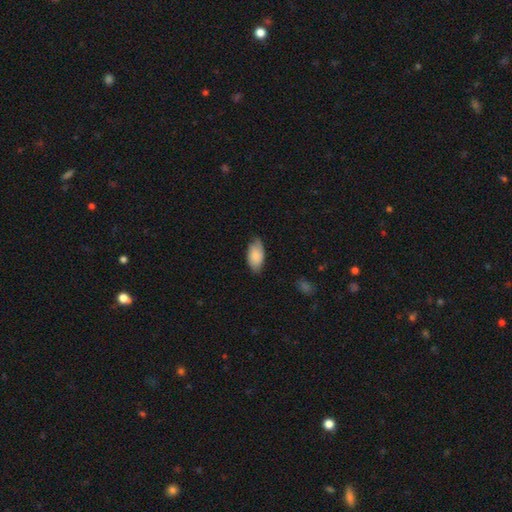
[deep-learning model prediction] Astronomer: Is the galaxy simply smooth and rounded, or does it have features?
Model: smooth — 75%.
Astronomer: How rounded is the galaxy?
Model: in between — 94%.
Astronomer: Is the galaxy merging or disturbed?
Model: none — 70%.